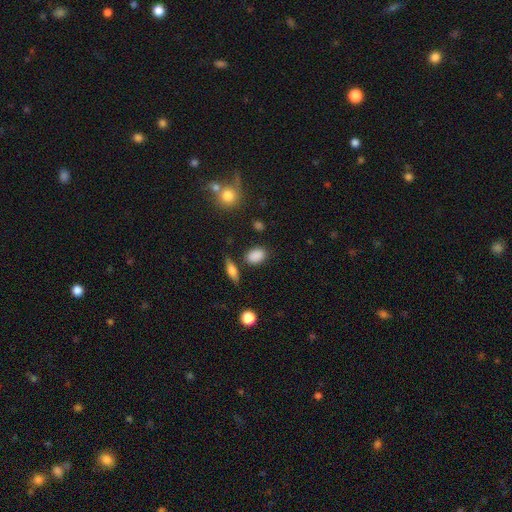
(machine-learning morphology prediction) This is clearly a smooth galaxy (85%). How rounded: likely in between (74%). Merging: likely none (79%).